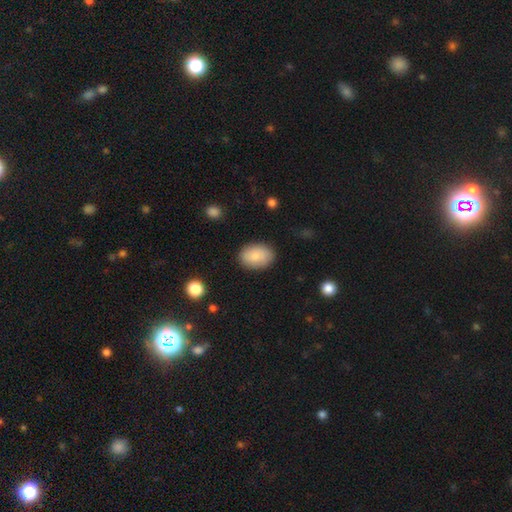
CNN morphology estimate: Overall: smooth (84%). How rounded: in between (81%). Merging: none (85%).